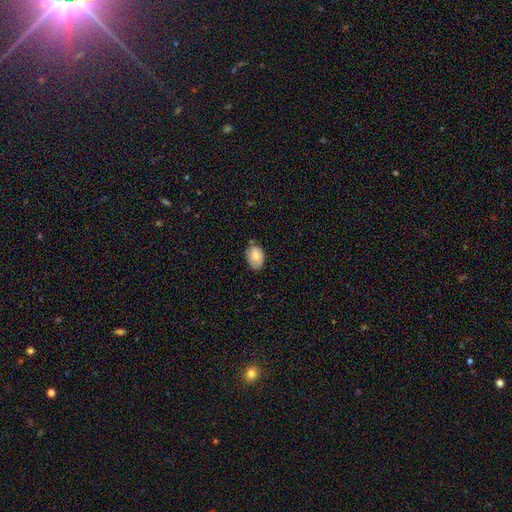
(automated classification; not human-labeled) Overall: smooth (81%). How rounded: in between (85%). Merging: none (64%; minor disturbance 28%).